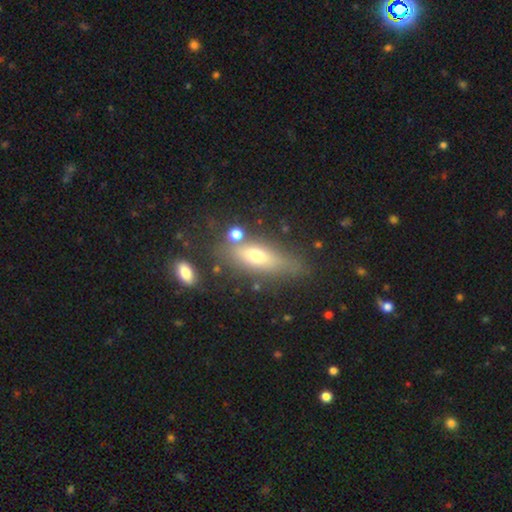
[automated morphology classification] A smooth galaxy with no disk features (55%) that is in between round and cigar-shaped (50%).

Vote fractions:
- Smooth or featured? smooth: 55% / featured or disk: 35% / star or artifact: 10%
- How rounded? in between: 50% / cigar-shaped: 45% / round: 4%
- Merging? none: 67% / minor disturbance: 17% / merger: 9% / major disturbance: 7%